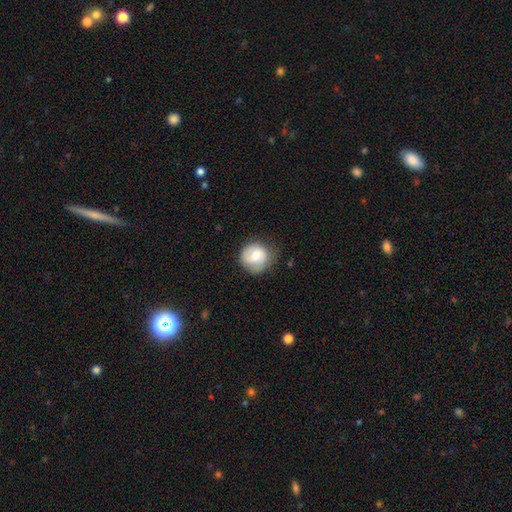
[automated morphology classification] The model was most divided on "smooth or featured": smooth: 59%, featured or disk: 34%, star or artifact: 7%. More confident: how rounded — round (85%); merging — none (68%).